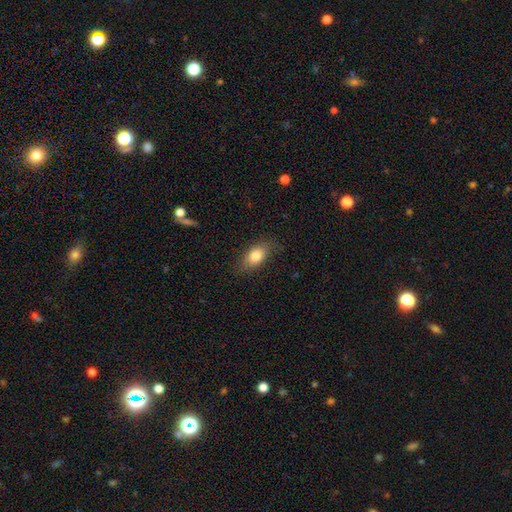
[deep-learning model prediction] Smooth or featured? Predicted: smooth (p=0.79). How rounded? Predicted: in between (p=0.85). Merging? Predicted: none (p=0.80).